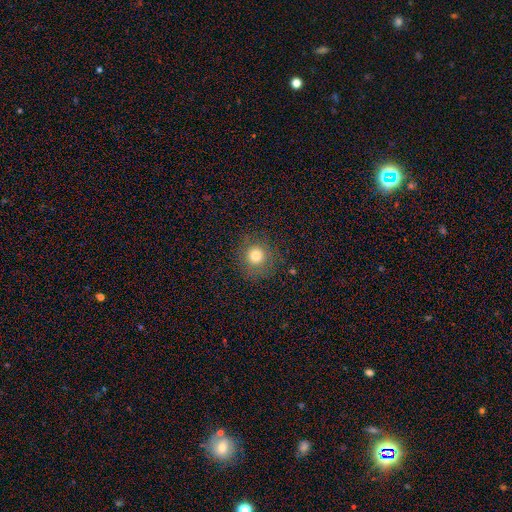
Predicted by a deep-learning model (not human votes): Morphology: type=smooth (77%); roundness=round (92%); merging=none (84%).